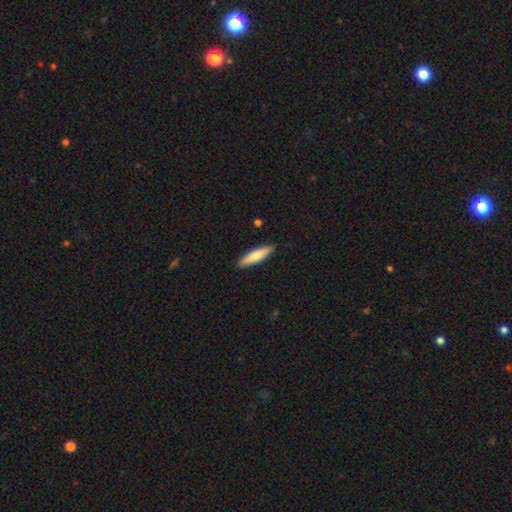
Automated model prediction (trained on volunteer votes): Smooth or featured: smooth — 79% (featured or disk — 16%)
How rounded: cigar-shaped — 71% (in between — 27%)
Merging: none — 90% (minor disturbance — 8%)